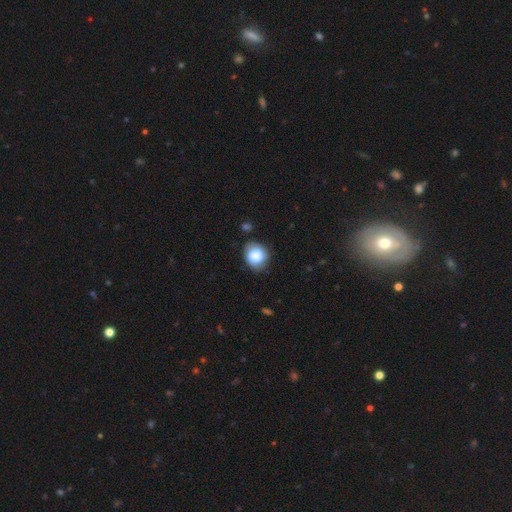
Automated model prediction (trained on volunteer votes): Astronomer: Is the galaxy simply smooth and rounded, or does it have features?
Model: smooth — 81%.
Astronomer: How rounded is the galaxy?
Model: round — 63%.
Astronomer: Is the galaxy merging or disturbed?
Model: none — 67%.